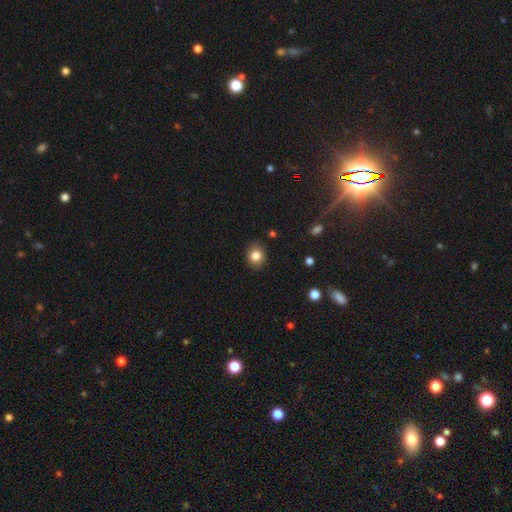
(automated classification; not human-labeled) This appears to be a smooth galaxy with no disk features (83%) that is round (63%). Merging: none (87%).